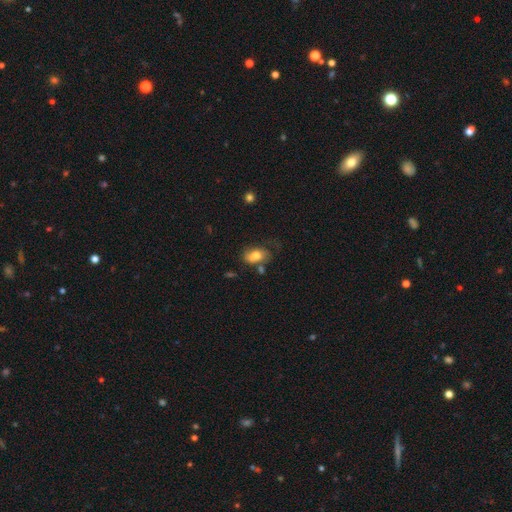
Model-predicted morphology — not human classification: Q: Smooth or featured?
A: smooth (69%); runner-up: featured or disk (22%)
Q: How rounded?
A: in between (86%); runner-up: round (11%)
Q: Merging?
A: none (41%); runner-up: minor disturbance (28%)